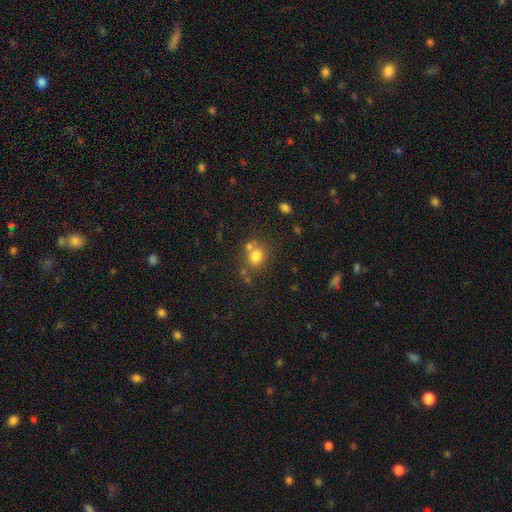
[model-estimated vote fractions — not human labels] Overall: smooth (76%). How rounded: round (82%). Merging: none (61%; merger 24%).